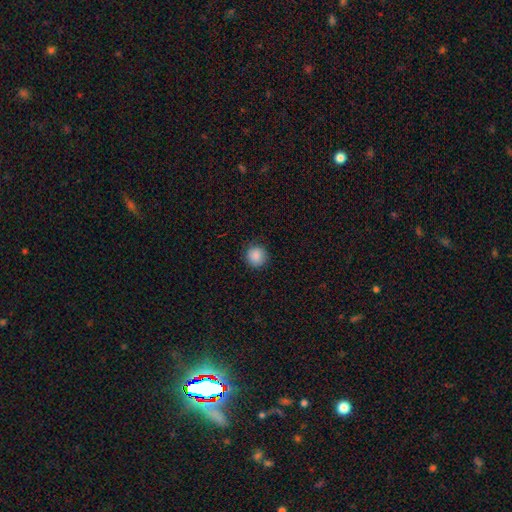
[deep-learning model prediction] The model was most divided on "smooth or featured": smooth: 87%, star or artifact: 9%, featured or disk: 3%. More confident: how rounded — round (94%); merging — none (90%).